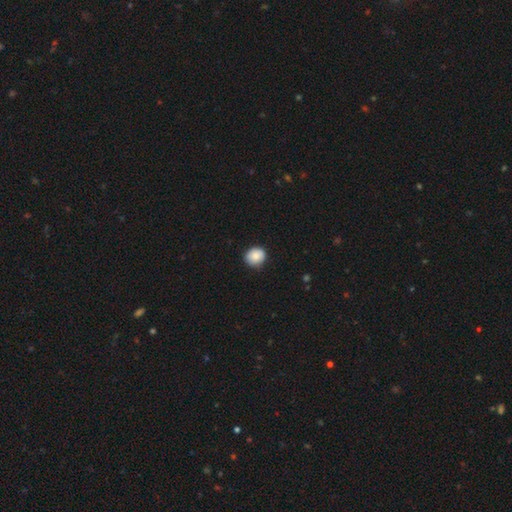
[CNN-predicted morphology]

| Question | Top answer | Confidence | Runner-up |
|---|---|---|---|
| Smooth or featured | smooth | 84% | star or artifact (8%) |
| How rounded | round | 78% | in between (21%) |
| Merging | none | 86% | minor disturbance (11%) |